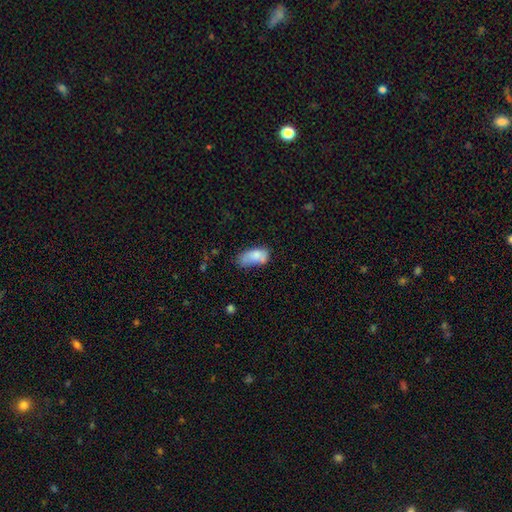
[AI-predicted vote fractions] smooth_or_featured: smooth (p=0.78) [alt: featured or disk p=0.14]
how_rounded: in between (p=0.91) [alt: cigar-shaped p=0.05]
merging: minor disturbance (p=0.36) [alt: none p=0.34]